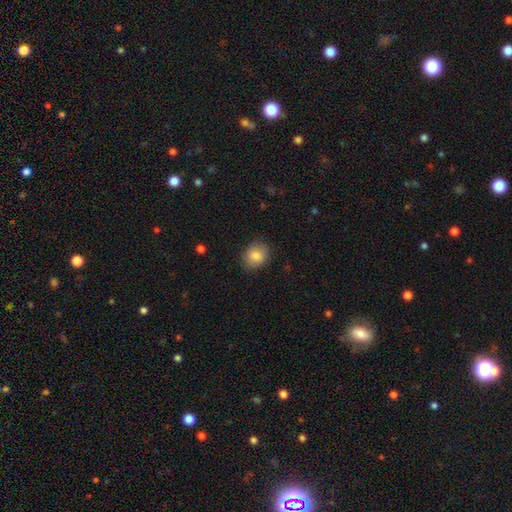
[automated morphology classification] smooth 84%, featured or disk 8%, star or artifact 8%. Down the decision tree: how rounded — round (51%); merging — none (82%).